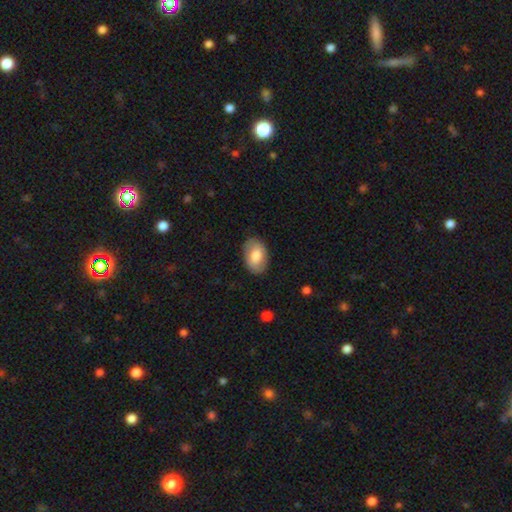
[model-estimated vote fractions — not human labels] Smooth or featured: smooth — 78% (featured or disk — 16%)
How rounded: in between — 90% (round — 9%)
Merging: none — 85% (minor disturbance — 11%)